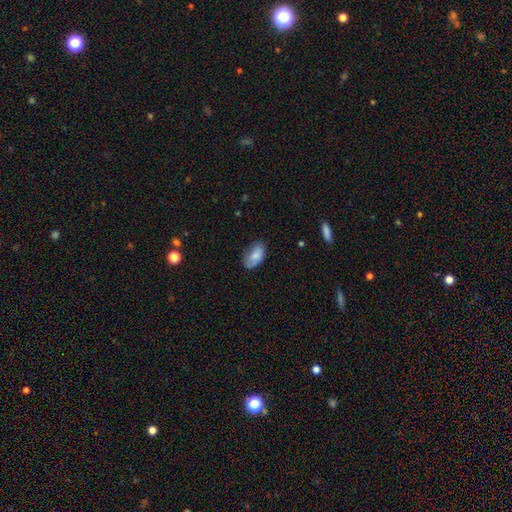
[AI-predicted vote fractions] Smooth or featured? smooth (77%)
How rounded? in between (92%)
Merging? none (60%)